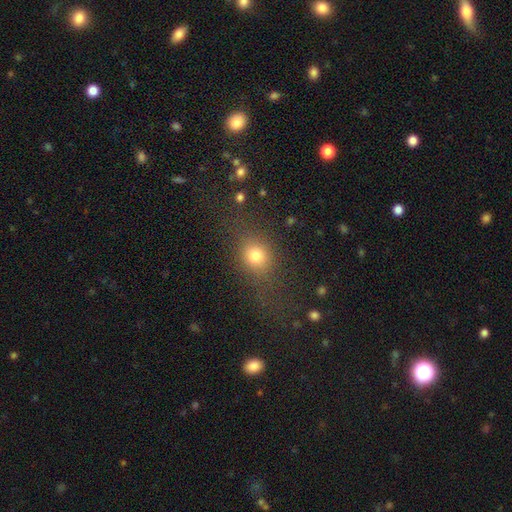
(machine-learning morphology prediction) Q: Smooth or featured?
A: smooth (73%); runner-up: star or artifact (16%)
Q: How rounded?
A: round (61%); runner-up: in between (35%)
Q: Merging?
A: none (64%); runner-up: minor disturbance (16%)